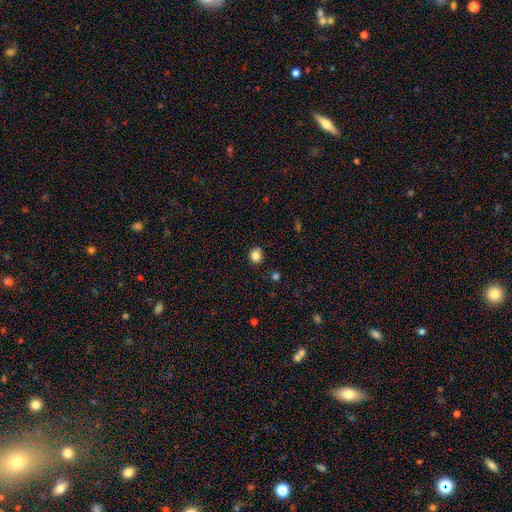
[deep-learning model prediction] This is clearly a smooth galaxy (84%). How rounded: likely round (77%). Merging: clearly none (83%).